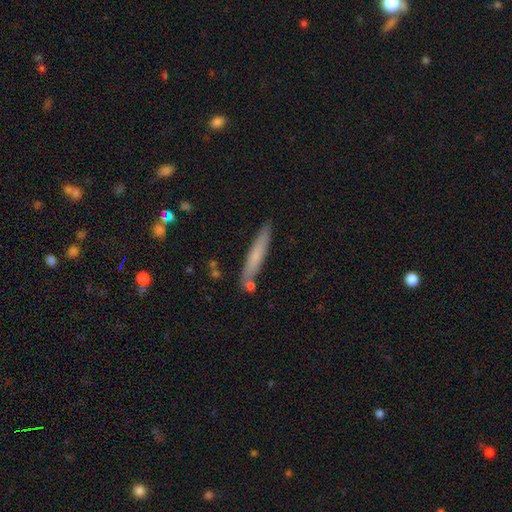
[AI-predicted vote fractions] This is likely a smooth galaxy (64%). How rounded: clearly cigar-shaped (94%). Merging: clearly none (85%).